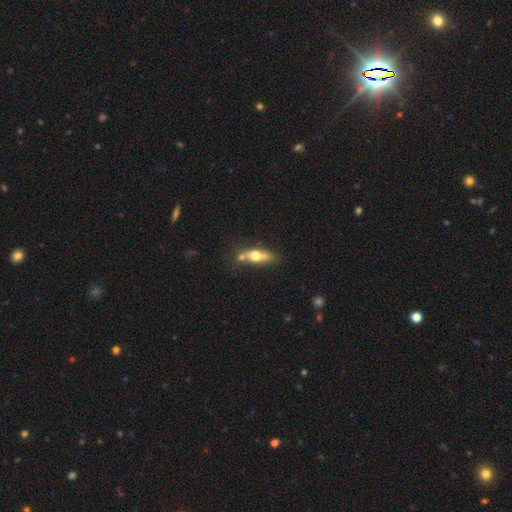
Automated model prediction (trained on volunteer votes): Morphology: type=smooth (56%); roundness=in between (53%); merging=none (49%).